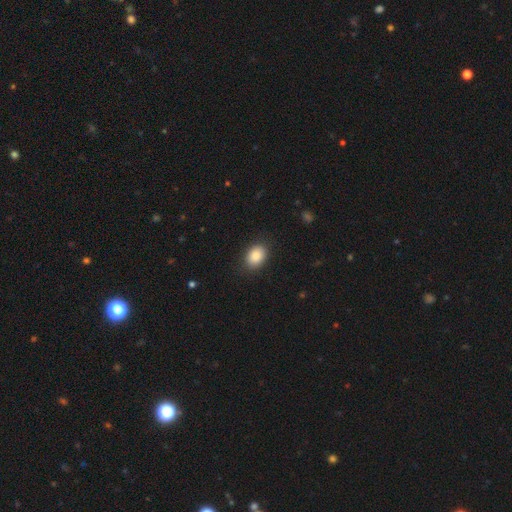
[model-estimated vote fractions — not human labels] A smooth galaxy with no disk features (86%) that is in between round and cigar-shaped (72%).

Vote fractions:
- Smooth or featured? smooth: 86% / star or artifact: 8% / featured or disk: 6%
- How rounded? in between: 72% / round: 27% / cigar-shaped: 1%
- Merging? none: 87% / minor disturbance: 9% / major disturbance: 2% / merger: 1%